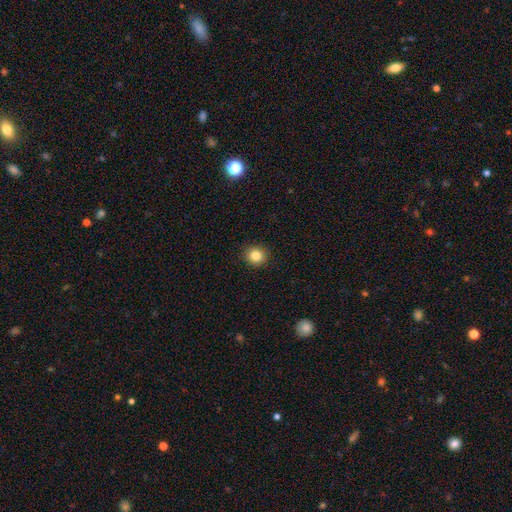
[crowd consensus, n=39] Smooth or featured? smooth (87%)
How rounded? round (85%)
Merging? none (95%)